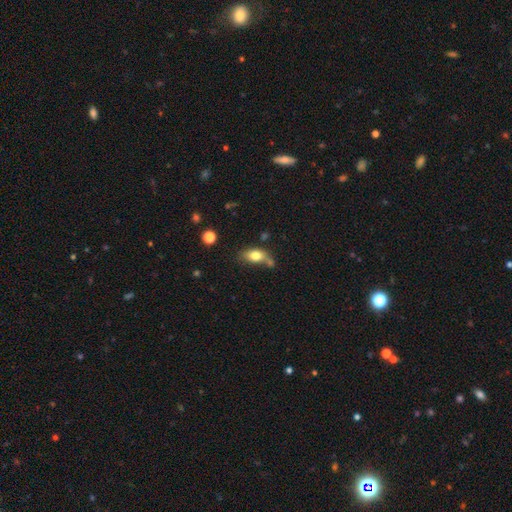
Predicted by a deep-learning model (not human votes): smooth 77%, featured or disk 14%, star or artifact 9%. Down the decision tree: how rounded — in between (83%); merging — none (41%).